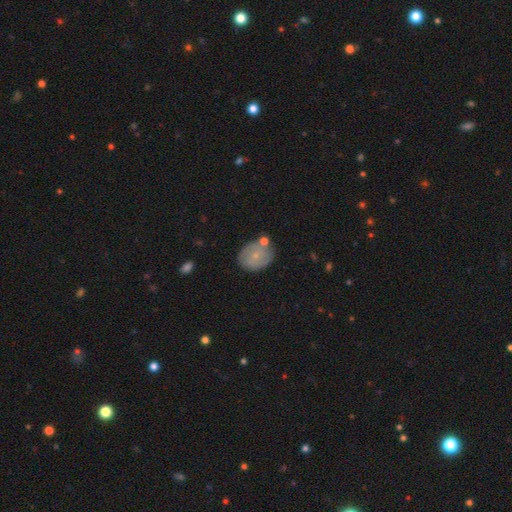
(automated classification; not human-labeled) Overall: smooth (55%; featured or disk 37%). How rounded: in between (54%; round 45%). Merging: none (67%).